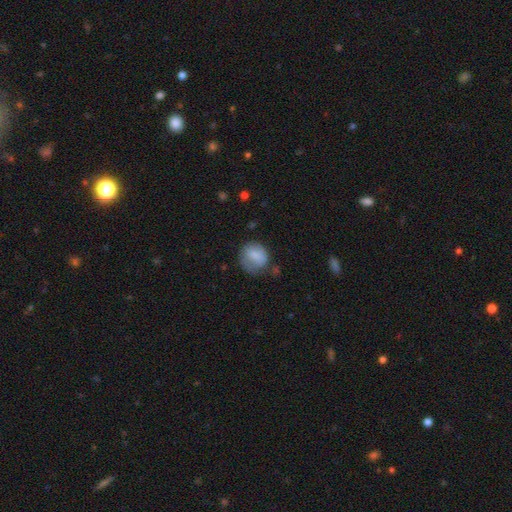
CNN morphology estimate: Smooth or featured? smooth (79%)
How rounded? round (68%)
Merging? none (52%)